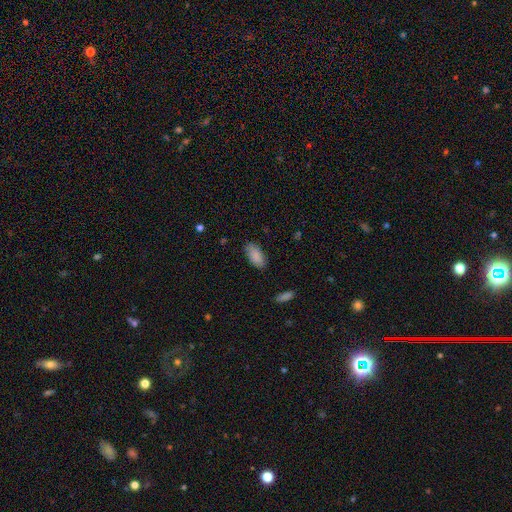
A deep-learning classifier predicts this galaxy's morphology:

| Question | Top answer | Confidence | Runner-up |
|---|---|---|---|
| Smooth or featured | smooth | 88% | star or artifact (6%) |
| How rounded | in between | 92% | cigar-shaped (6%) |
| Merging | none | 81% | minor disturbance (14%) |